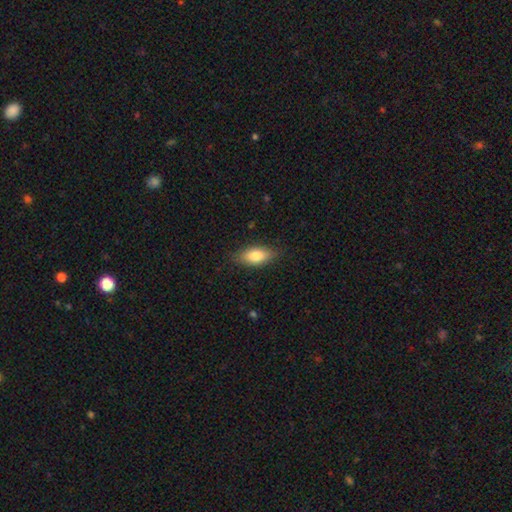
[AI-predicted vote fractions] Smooth or featured?
  - smooth: 79% *
  - featured or disk: 15%
  - star or artifact: 7%
How rounded?
  - in between: 83% *
  - cigar-shaped: 13%
  - round: 4%
Merging?
  - none: 83% *
  - minor disturbance: 13%
  - major disturbance: 3%
  - merger: 1%